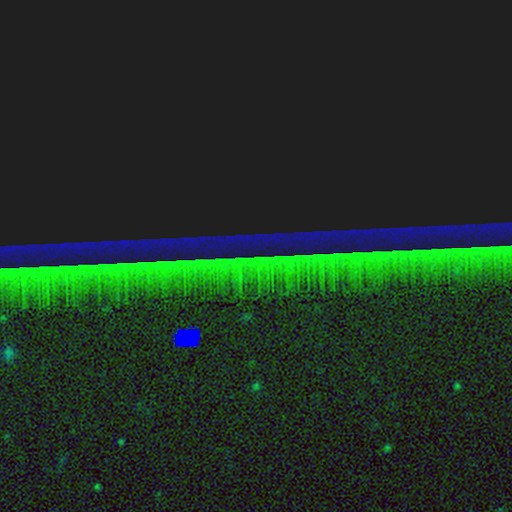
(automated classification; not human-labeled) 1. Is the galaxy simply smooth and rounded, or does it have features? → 87% star or artifact, 7% featured or disk, 7% smooth.